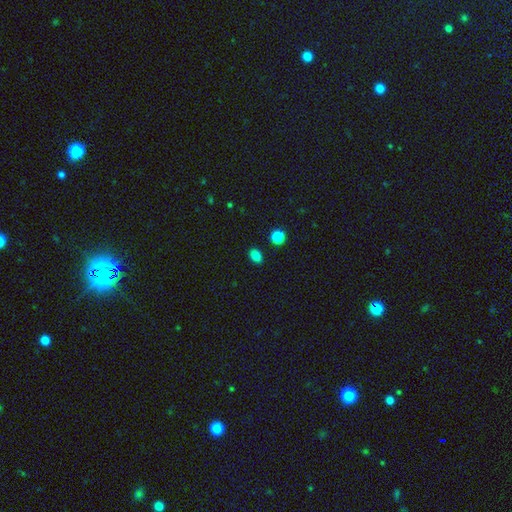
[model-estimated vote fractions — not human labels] Smooth or featured: smooth — 84% (star or artifact — 12%)
How rounded: in between — 78% (round — 21%)
Merging: none — 88% (minor disturbance — 8%)